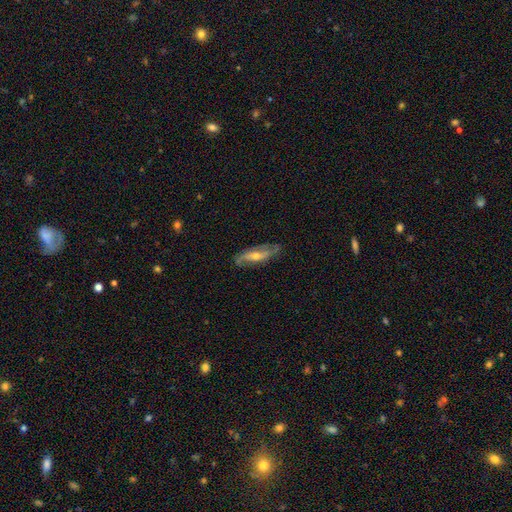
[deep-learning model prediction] Morphology: type=featured or disk (73%); edge-on=no (73%); bar=no (39%); spiral arms=yes (87%); bulge=moderate (53%); merging=none (78%).